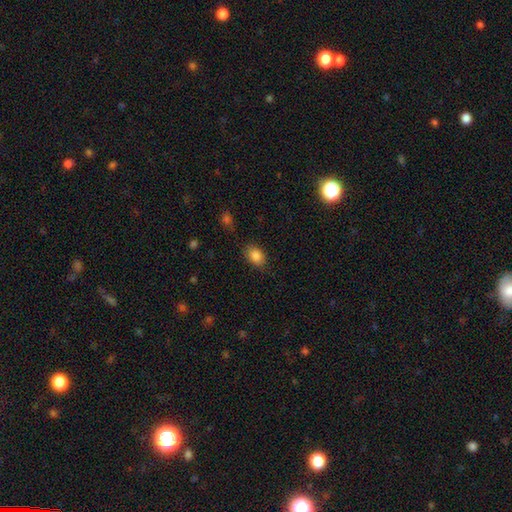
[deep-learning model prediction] This is clearly a smooth galaxy (86%). How rounded: clearly in between (80%). Merging: clearly none (81%).